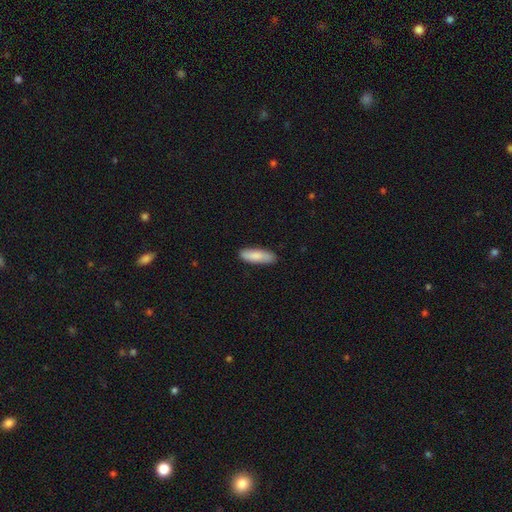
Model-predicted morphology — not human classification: The model was most divided on "how rounded": in between: 52%, cigar-shaped: 46%, round: 2%. More confident: merging — none (88%); smooth or featured — smooth (87%).